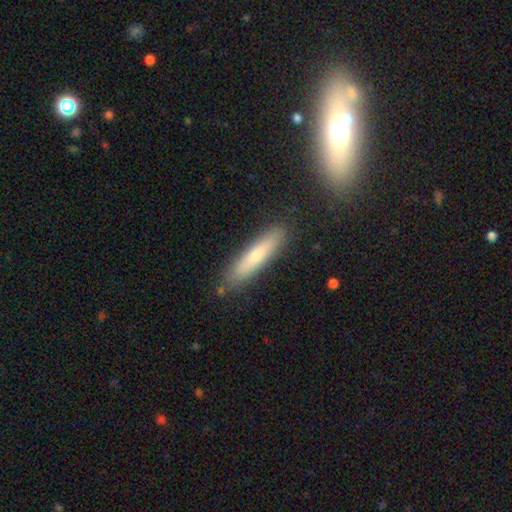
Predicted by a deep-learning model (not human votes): Q: Smooth or featured?
A: smooth (71%); runner-up: featured or disk (23%)
Q: How rounded?
A: cigar-shaped (85%); runner-up: in between (14%)
Q: Merging?
A: none (85%); runner-up: minor disturbance (10%)